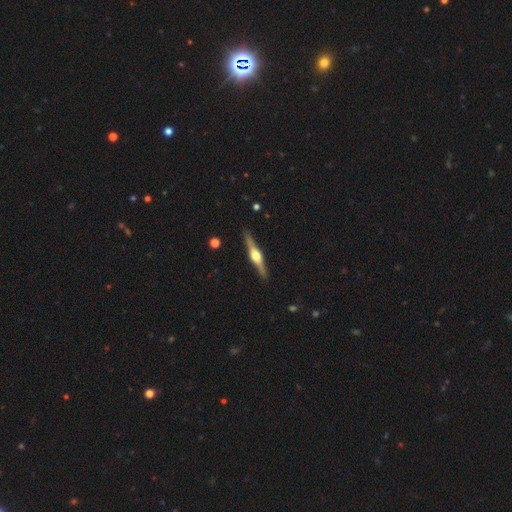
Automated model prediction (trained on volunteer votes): A featured or disk galaxy (79%) viewed edge-on (98%) with a rounded central bulge (93%). Merging: none (90%).